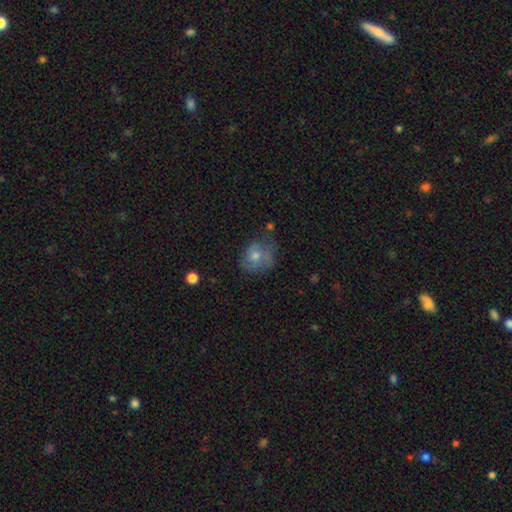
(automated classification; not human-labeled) smooth-or-featured: smooth: 53% | featured or disk: 36% | star or artifact: 12%
  how-rounded: round: 63% | in between: 36% | cigar-shaped: 1%
  merging: none: 53% | minor disturbance: 28% | major disturbance: 16% | merger: 3%